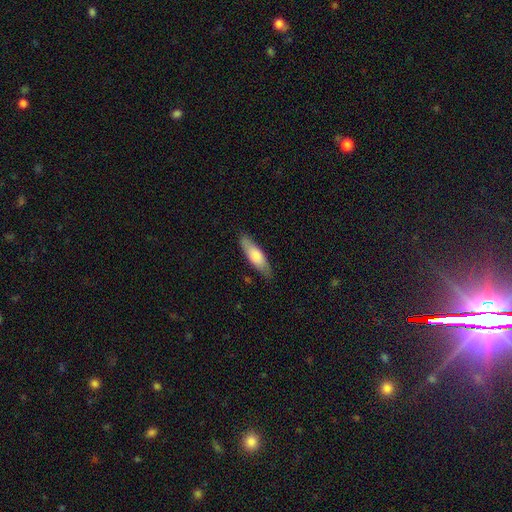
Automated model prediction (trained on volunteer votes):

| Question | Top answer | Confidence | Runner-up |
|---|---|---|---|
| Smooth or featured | smooth | 74% | featured or disk (21%) |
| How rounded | cigar-shaped | 52% | in between (46%) |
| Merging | none | 83% | minor disturbance (14%) |